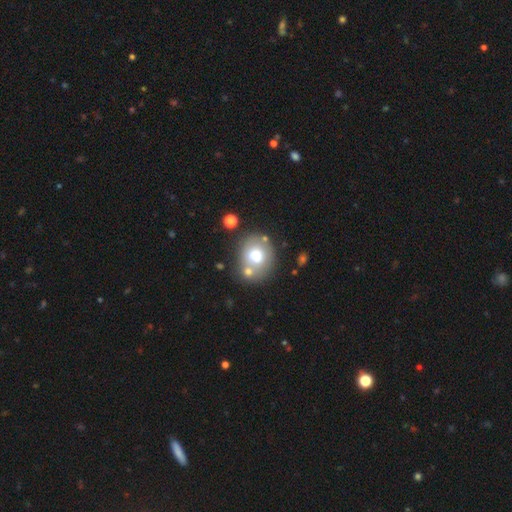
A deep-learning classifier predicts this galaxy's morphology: type=smooth (68%); roundness=round (69%); merging=none (62%).